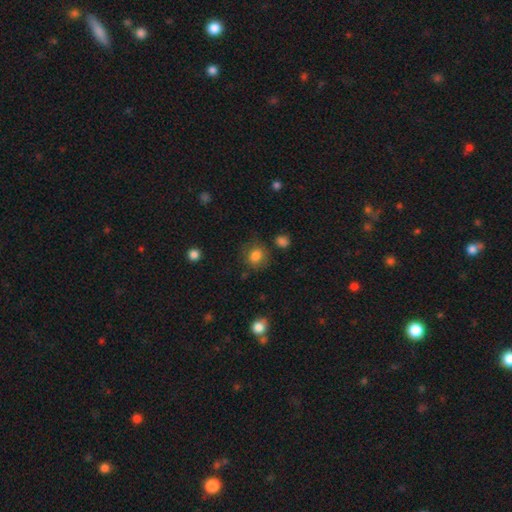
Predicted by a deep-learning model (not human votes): A smooth galaxy with no disk features (82%) that is round (77%).

Vote fractions:
- Smooth or featured? smooth: 82% / star or artifact: 11% / featured or disk: 7%
- How rounded? round: 77% / in between: 22% / cigar-shaped: 1%
- Merging? none: 76% / minor disturbance: 15% / major disturbance: 6% / merger: 3%